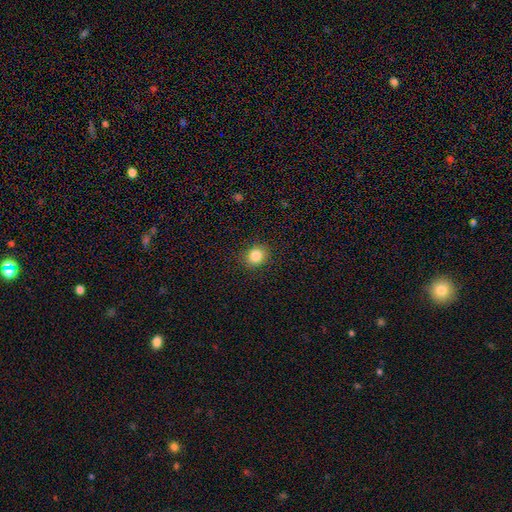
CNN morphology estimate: The model was most divided on "how rounded": round: 67%, in between: 32%, cigar-shaped: 1%. More confident: merging — none (88%); smooth or featured — smooth (85%).